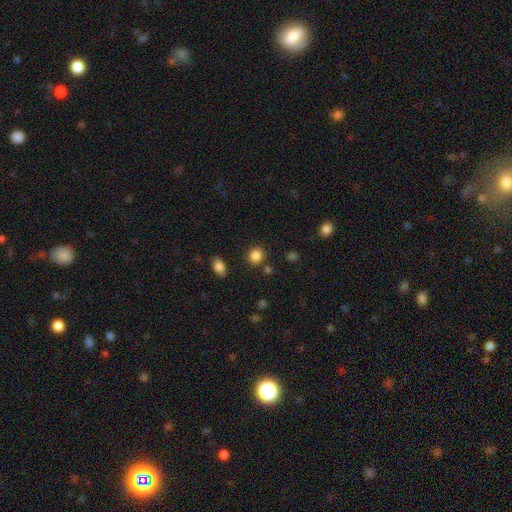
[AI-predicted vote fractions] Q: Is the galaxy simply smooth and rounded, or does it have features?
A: smooth — 86%.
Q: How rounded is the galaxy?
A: round — 79%.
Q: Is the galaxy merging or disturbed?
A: none — 85%.